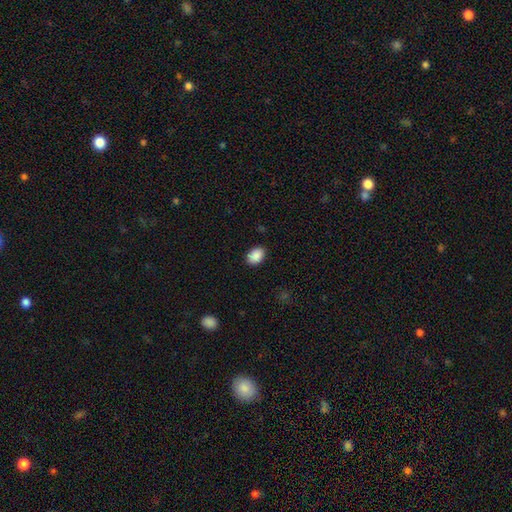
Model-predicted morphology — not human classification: smooth 90%, star or artifact 7%, featured or disk 3%. Down the decision tree: how rounded — in between (81%); merging — none (87%).